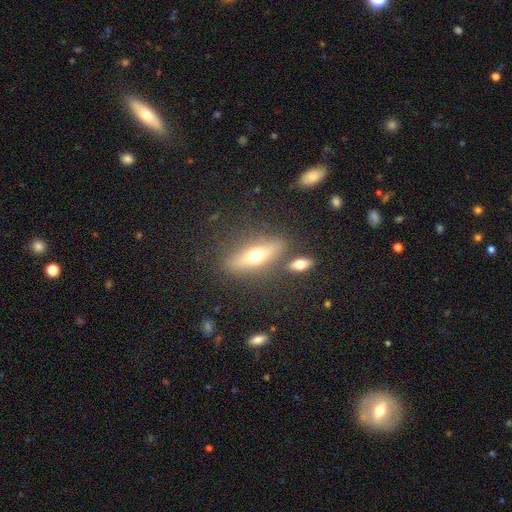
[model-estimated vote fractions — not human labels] Q: Smooth or featured?
A: smooth (49%); runner-up: featured or disk (41%)
Q: Merging?
A: none (77%); runner-up: minor disturbance (12%)